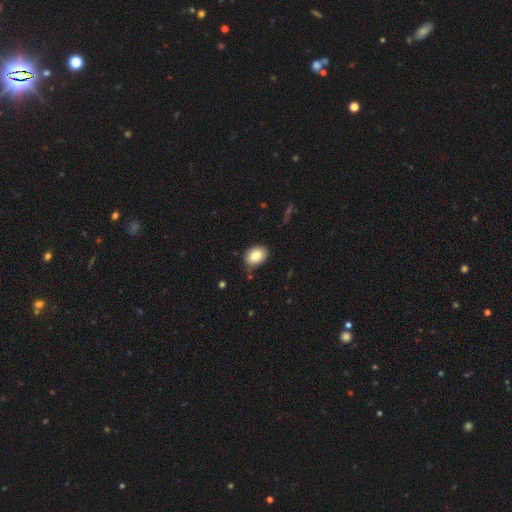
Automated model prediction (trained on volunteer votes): Smooth or featured? smooth (82%)
How rounded? in between (69%)
Merging? none (82%)